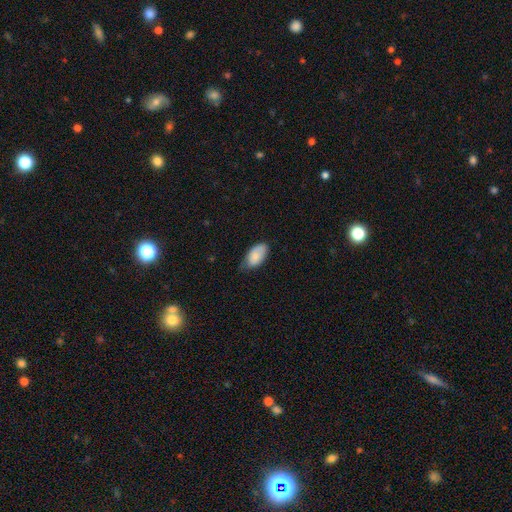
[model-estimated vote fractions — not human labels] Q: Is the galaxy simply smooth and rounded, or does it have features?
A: smooth — 84%.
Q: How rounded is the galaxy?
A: in between — 94%.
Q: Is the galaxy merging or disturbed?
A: none — 54%.